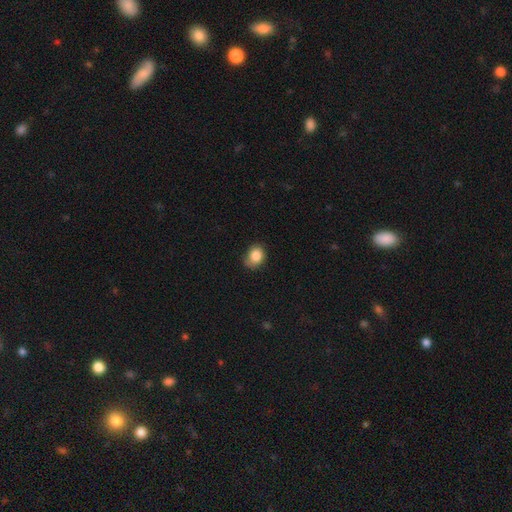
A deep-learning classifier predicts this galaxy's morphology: A smooth galaxy with no disk features (85%) that is in between round and cigar-shaped (51%). Merging: none (65%).